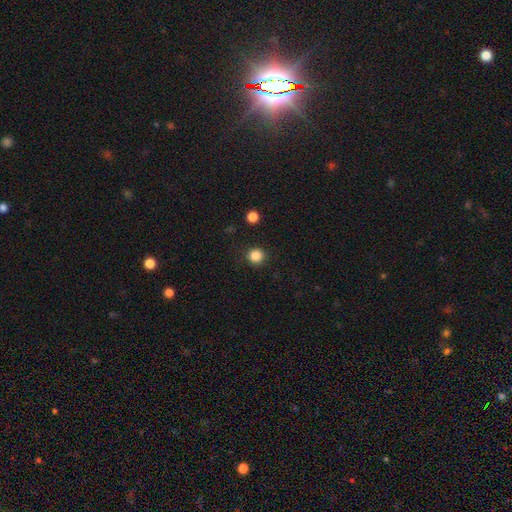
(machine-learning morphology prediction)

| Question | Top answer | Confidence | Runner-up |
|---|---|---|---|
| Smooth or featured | smooth | 85% | star or artifact (12%) |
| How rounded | round | 92% | in between (7%) |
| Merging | none | 88% | minor disturbance (8%) |